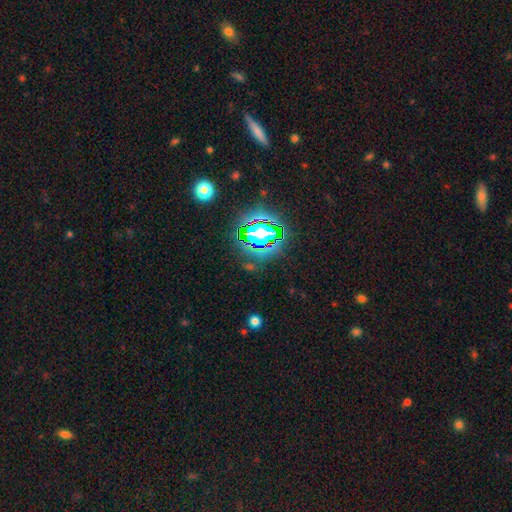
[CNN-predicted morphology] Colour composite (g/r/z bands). It shows a star or artifact, not a galaxy (81%).